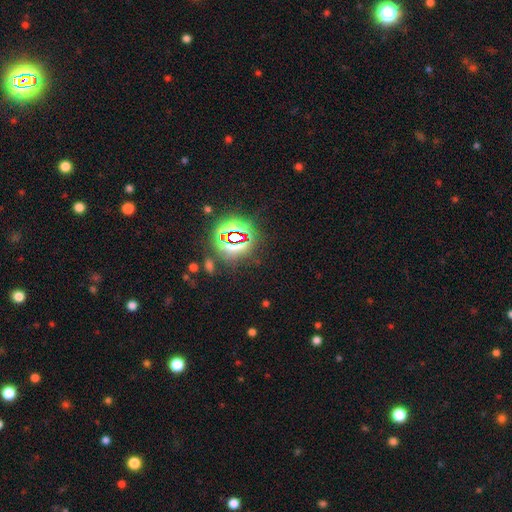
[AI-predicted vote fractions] The model was most divided on "smooth or featured": star or artifact: 84%, smooth: 9%, featured or disk: 7%.